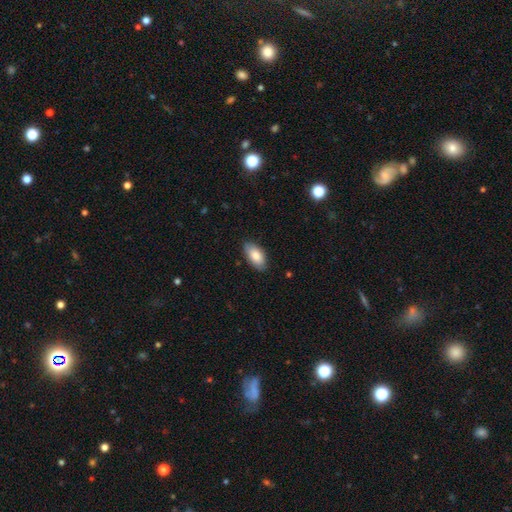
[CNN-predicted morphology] smooth 83%, featured or disk 11%, star or artifact 6%. Down the decision tree: how rounded — in between (94%); merging — none (83%).